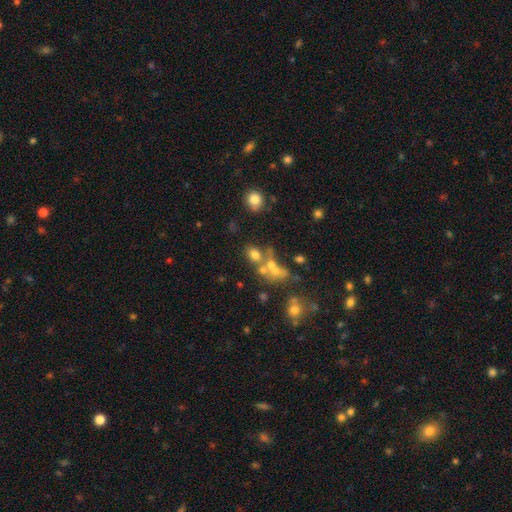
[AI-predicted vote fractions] Q: Smooth or featured?
A: smooth (48%); runner-up: star or artifact (30%)
Q: Merging?
A: merger (42%); runner-up: none (40%)